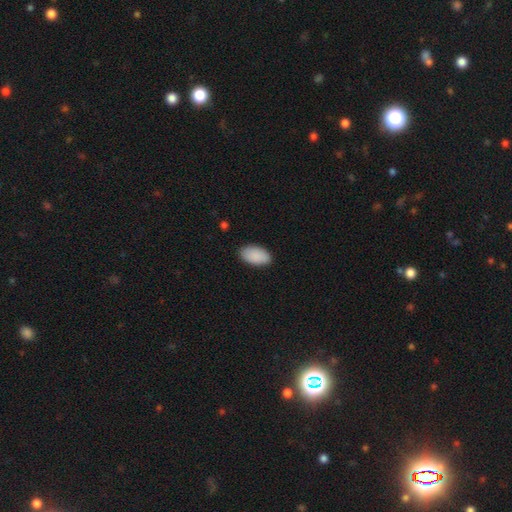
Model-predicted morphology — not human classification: A smooth galaxy with no disk features (91%) that is in between round and cigar-shaped (95%).

Vote fractions:
- Smooth or featured? smooth: 91% / star or artifact: 6% / featured or disk: 3%
- How rounded? in between: 95% / round: 3% / cigar-shaped: 2%
- Merging? none: 87% / minor disturbance: 10% / major disturbance: 2% / merger: 1%